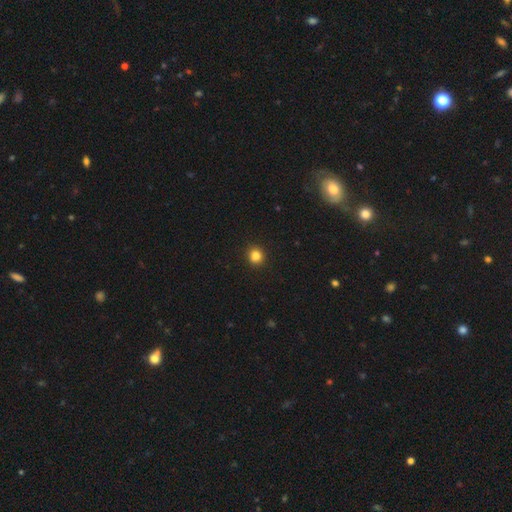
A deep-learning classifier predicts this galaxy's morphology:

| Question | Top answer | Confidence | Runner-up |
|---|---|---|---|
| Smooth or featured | smooth | 84% | star or artifact (12%) |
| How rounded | round | 87% | in between (12%) |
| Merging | none | 92% | minor disturbance (6%) |